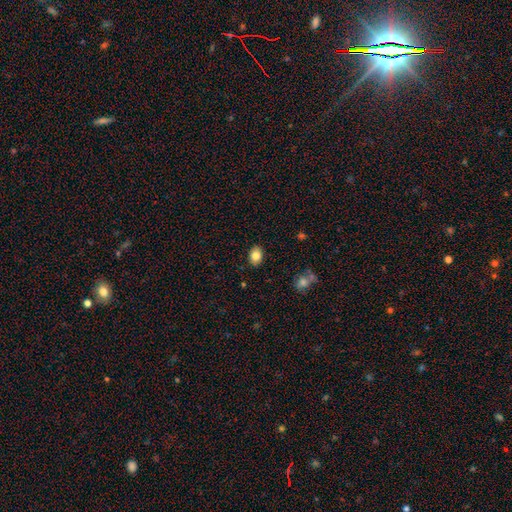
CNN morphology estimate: type=smooth (82%); roundness=in between (76%); merging=none (88%).